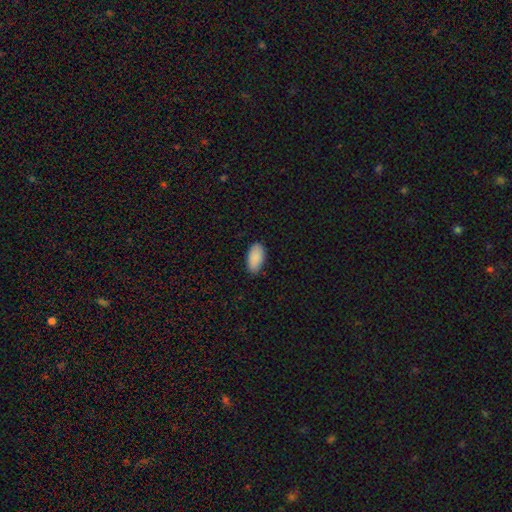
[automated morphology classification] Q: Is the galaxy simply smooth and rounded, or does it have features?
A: smooth — 90%.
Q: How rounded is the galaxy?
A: in between — 95%.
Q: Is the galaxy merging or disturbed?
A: none — 85%.